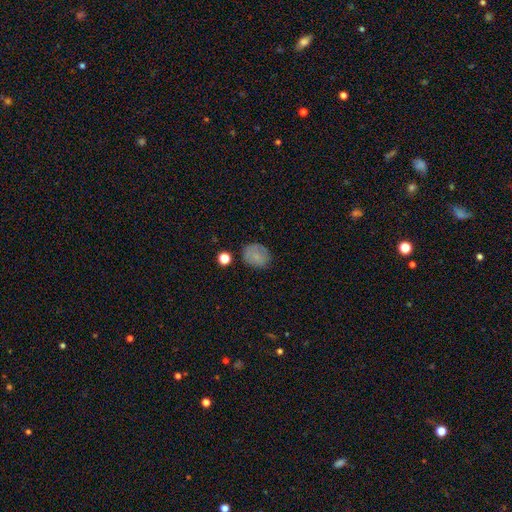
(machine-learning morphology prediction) Smooth or featured: smooth — 75% (featured or disk — 13%)
How rounded: round — 54% (in between — 45%)
Merging: none — 70% (minor disturbance — 20%)